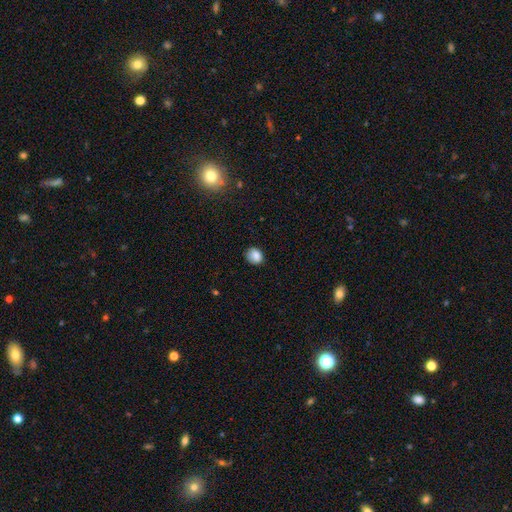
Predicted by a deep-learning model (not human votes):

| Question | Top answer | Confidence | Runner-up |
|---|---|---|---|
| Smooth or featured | smooth | 84% | star or artifact (10%) |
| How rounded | round | 59% | in between (40%) |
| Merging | none | 75% | minor disturbance (19%) |